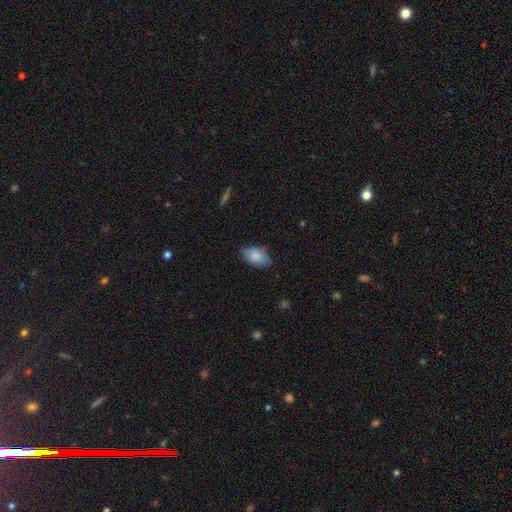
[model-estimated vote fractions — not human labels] Smooth or featured? smooth (86%)
How rounded? in between (92%)
Merging? none (75%)